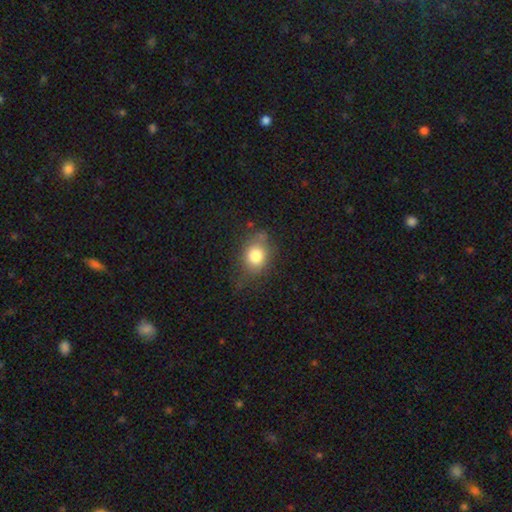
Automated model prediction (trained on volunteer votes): This appears to be a smooth galaxy with no disk features (78%) that is in between round and cigar-shaped (51%). Merging: none (62%).